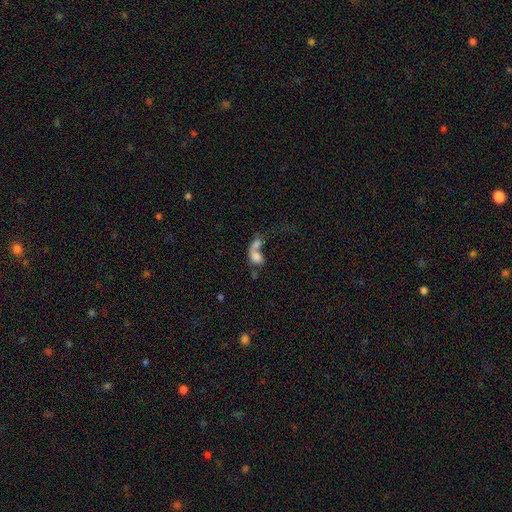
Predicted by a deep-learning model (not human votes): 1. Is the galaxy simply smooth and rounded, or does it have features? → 60% smooth, 27% featured or disk, 13% star or artifact.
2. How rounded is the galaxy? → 71% in between, 25% round, 4% cigar-shaped.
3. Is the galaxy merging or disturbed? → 69% merger, 13% major disturbance, 12% none, 6% minor disturbance.